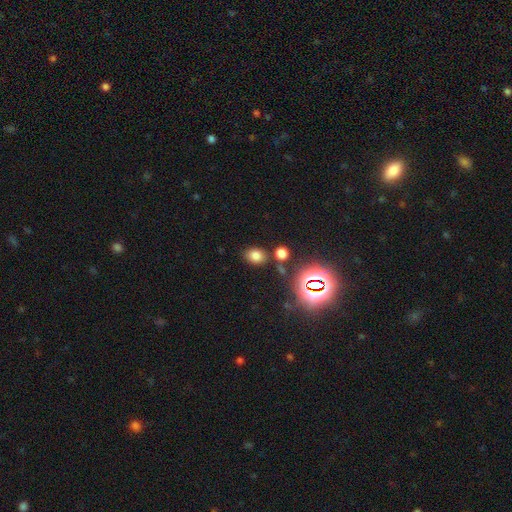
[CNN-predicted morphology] Smooth or featured? Predicted: smooth (p=0.73). How rounded? Predicted: in between (p=0.62). Merging? Predicted: none (p=0.78).